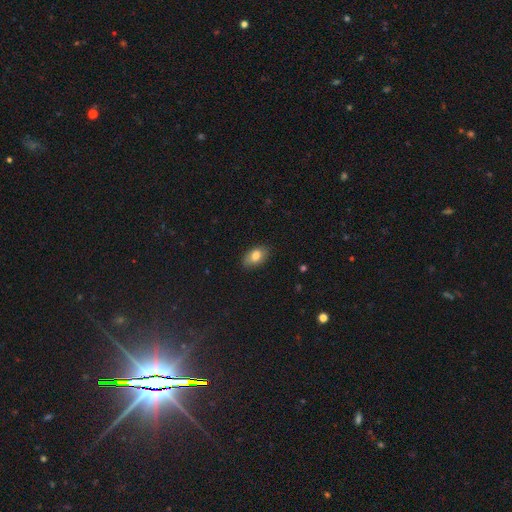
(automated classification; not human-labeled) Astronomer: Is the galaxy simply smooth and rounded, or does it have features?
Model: smooth — 81%.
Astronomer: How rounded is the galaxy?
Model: in between — 90%.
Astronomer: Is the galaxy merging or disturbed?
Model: none — 84%.